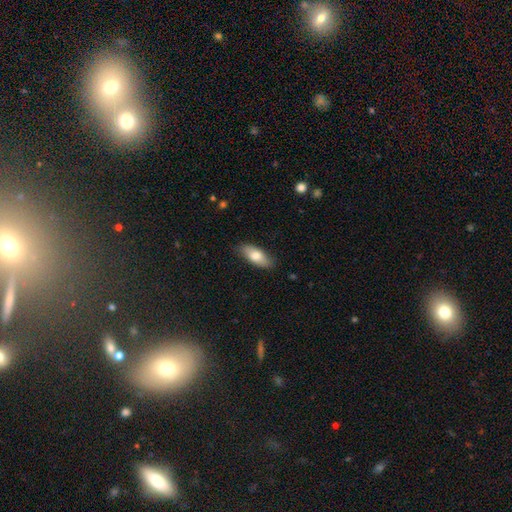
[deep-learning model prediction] Morphology: type=smooth (75%); roundness=in between (80%); merging=none (85%).